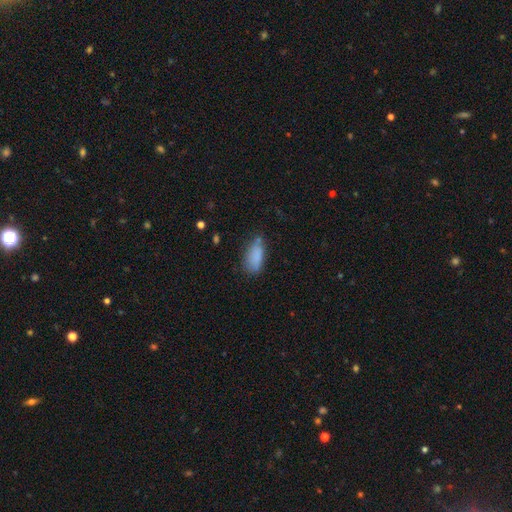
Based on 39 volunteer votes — Volunteers were most divided on "merging": none: 42%, minor disturbance: 36%, major disturbance: 19%, merger: 3%. More confident: smooth or featured — smooth (82%); how rounded — in between (66%).